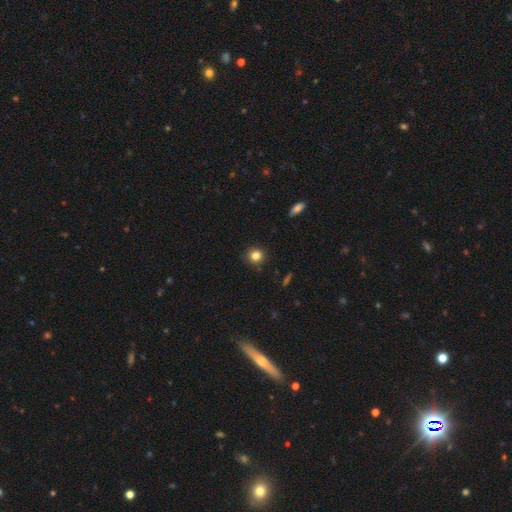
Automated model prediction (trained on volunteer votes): Overall: smooth (82%). How rounded: round (90%). Merging: none (89%).